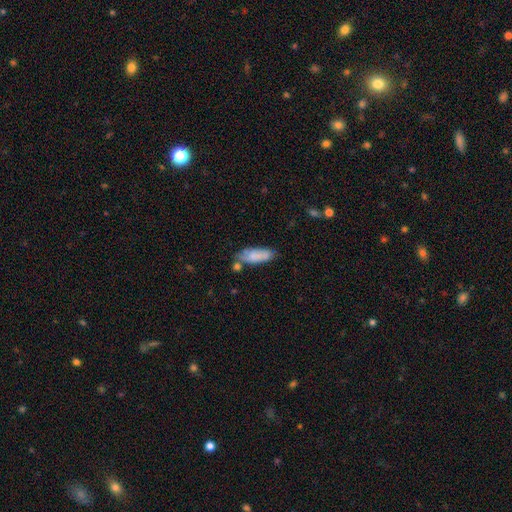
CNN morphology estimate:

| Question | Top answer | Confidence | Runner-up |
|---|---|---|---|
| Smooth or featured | smooth | 75% | featured or disk (18%) |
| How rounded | in between | 67% | cigar-shaped (31%) |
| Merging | none | 55% | minor disturbance (24%) |